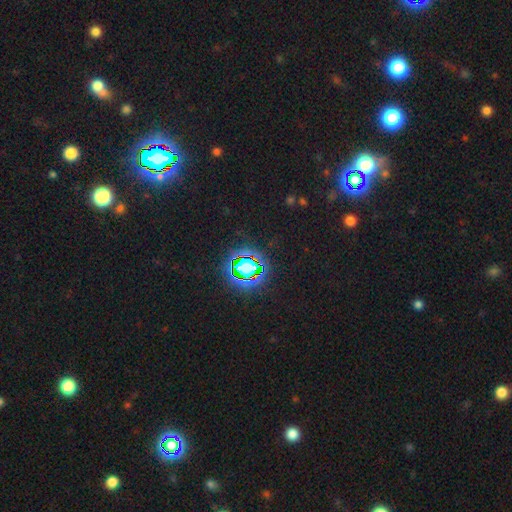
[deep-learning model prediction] This appears to be a star or artifact, not a galaxy (80%).